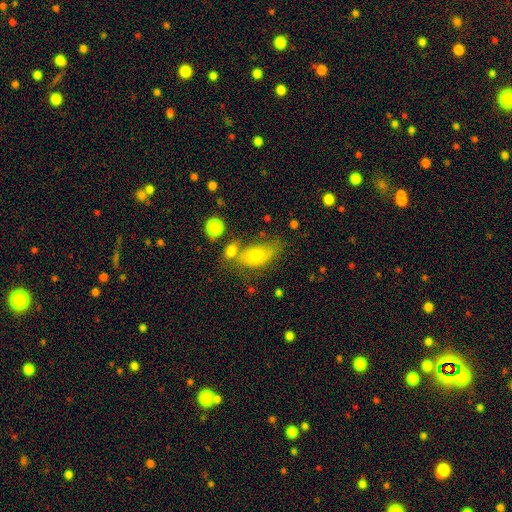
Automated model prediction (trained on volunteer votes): smooth 68%, featured or disk 21%, star or artifact 11%. Down the decision tree: how rounded — in between (85%); merging — none (44%).